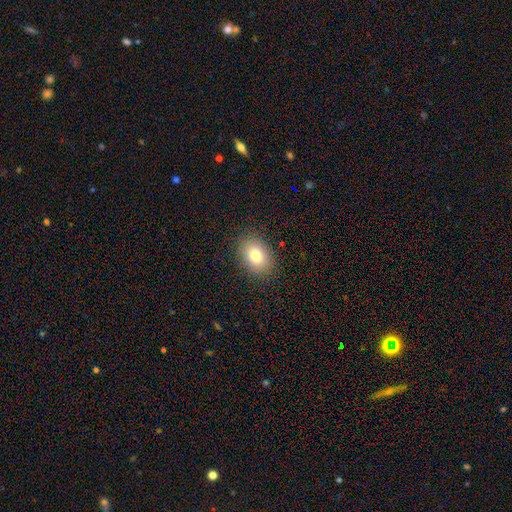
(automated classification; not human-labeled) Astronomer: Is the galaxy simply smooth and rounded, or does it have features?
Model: smooth — 80%.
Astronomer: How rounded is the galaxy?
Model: in between — 70%.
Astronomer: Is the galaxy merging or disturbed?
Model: none — 87%.